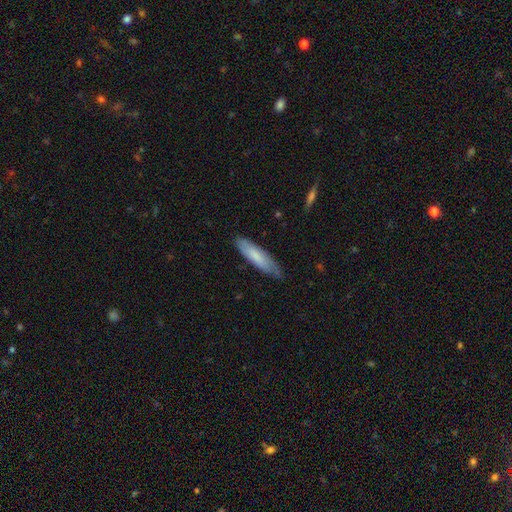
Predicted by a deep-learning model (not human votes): Smooth or featured?
  - smooth: 74% *
  - featured or disk: 21%
  - star or artifact: 5%
How rounded?
  - cigar-shaped: 70% *
  - in between: 28%
  - round: 1%
Merging?
  - none: 78% *
  - minor disturbance: 18%
  - major disturbance: 3%
  - merger: 1%